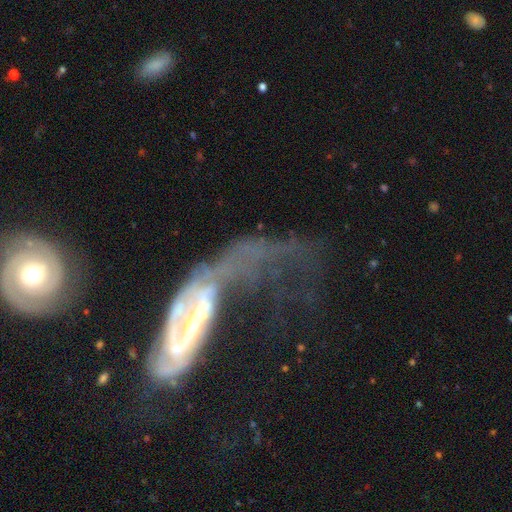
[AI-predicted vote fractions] The model was most divided on "bar": strong: 38%, weak: 31%, no: 30%. Remaining: edge-on disk — no (84%); smooth or featured — featured or disk (75%); spiral arms — yes (75%); merging — major disturbance (57%); bulge size — small (48%).